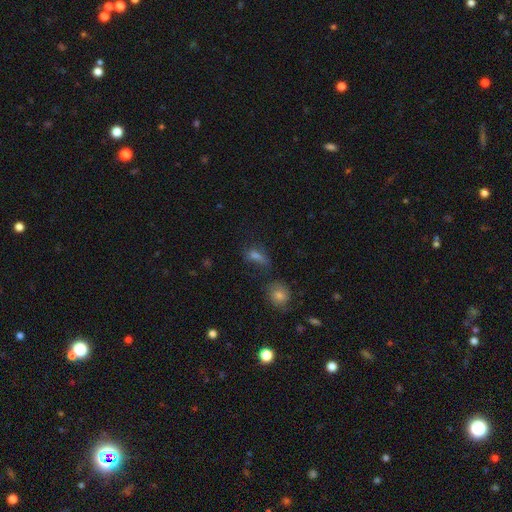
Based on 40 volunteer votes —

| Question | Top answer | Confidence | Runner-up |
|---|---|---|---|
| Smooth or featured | smooth | 75% | featured or disk (20%) |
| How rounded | in between | 80% | round (10%) |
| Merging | none | 53% | major disturbance (18%) |